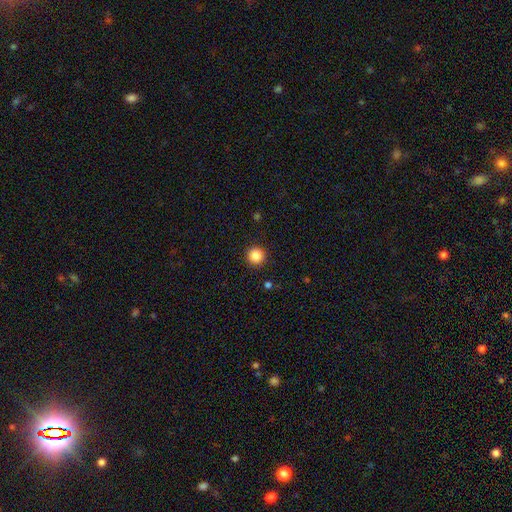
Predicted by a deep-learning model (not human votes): smooth_or_featured: smooth (p=0.86) [alt: star or artifact p=0.11]
how_rounded: round (p=0.96) [alt: in between p=0.03]
merging: none (p=0.92) [alt: minor disturbance p=0.05]